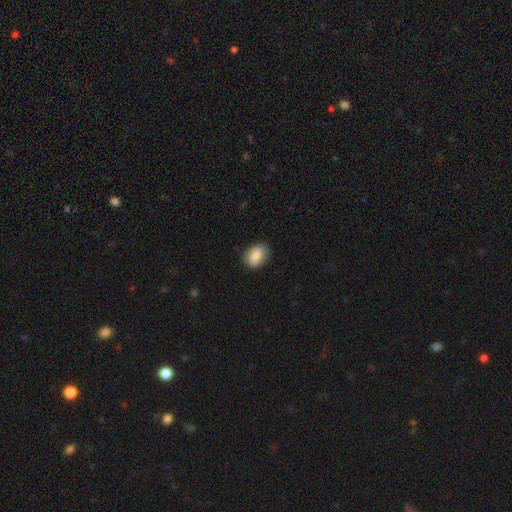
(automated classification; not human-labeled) Smooth or featured? smooth (79%)
How rounded? in between (79%)
Merging? none (79%)